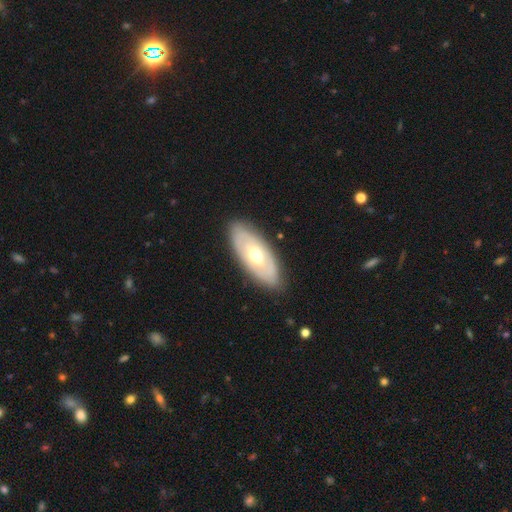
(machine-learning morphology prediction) The model was most divided on "smooth or featured": featured or disk: 58%, smooth: 37%, star or artifact: 5%. More confident: merging — none (84%); edge-on disk — no (82%).